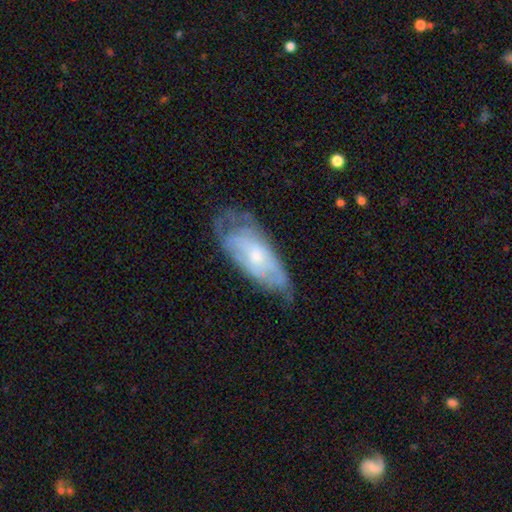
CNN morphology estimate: Smooth or featured? Predicted: featured or disk (p=0.59). Edge-on disk? Predicted: no (p=0.85). Bar? Predicted: no (p=0.77). Spiral arms? Predicted: yes (p=0.61). Bulge size? Predicted: moderate (p=0.45, tied with small). Merging? Predicted: none (p=0.49).